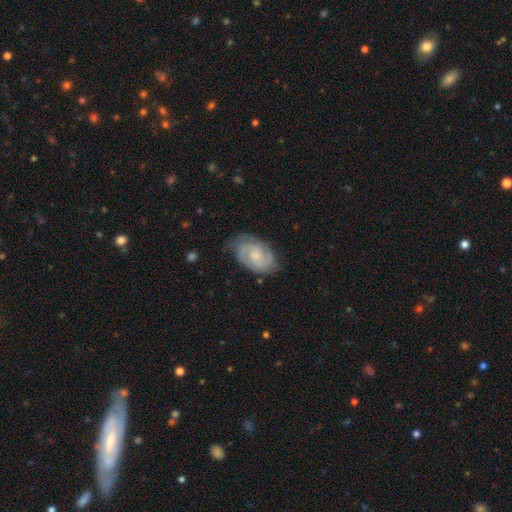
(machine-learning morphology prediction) Q: Smooth or featured?
A: featured or disk (79%); runner-up: smooth (15%)
Q: Edge-on disk?
A: no (97%); runner-up: yes (3%)
Q: Bar?
A: no (65%); runner-up: weak (31%)
Q: Spiral arms?
A: yes (96%); runner-up: no (4%)
Q: Spiral winding?
A: tight (60%); runner-up: medium (33%)
Q: Spiral arm count?
A: 2 (70%); runner-up: can't tell (13%)
Q: Bulge size?
A: small (63%); runner-up: moderate (27%)
Q: Merging?
A: none (74%); runner-up: minor disturbance (19%)